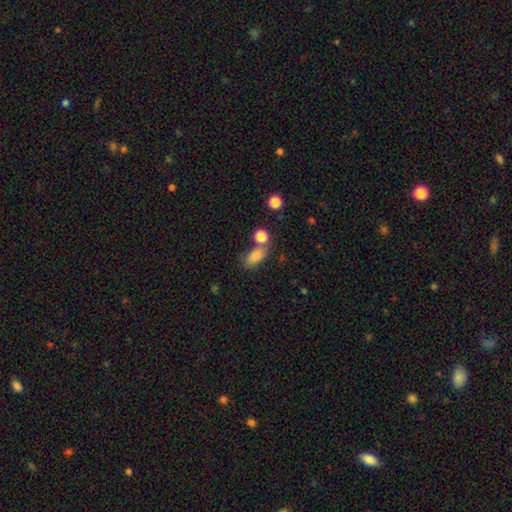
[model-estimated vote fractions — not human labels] Smooth or featured? Predicted: smooth (p=0.82). How rounded? Predicted: in between (p=0.84). Merging? Predicted: none (p=0.56).